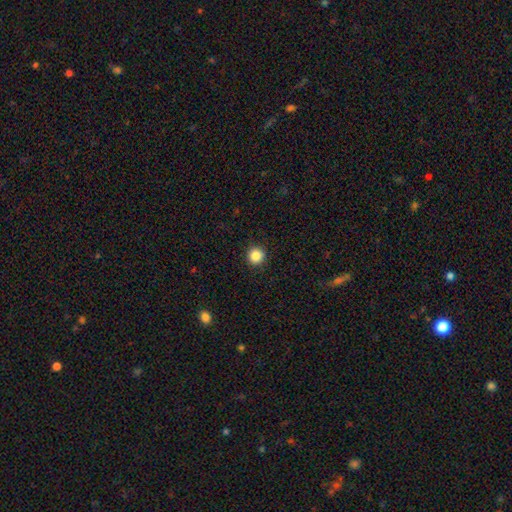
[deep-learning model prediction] A smooth galaxy with no disk features (86%) that is round (95%). Merging: none (92%).